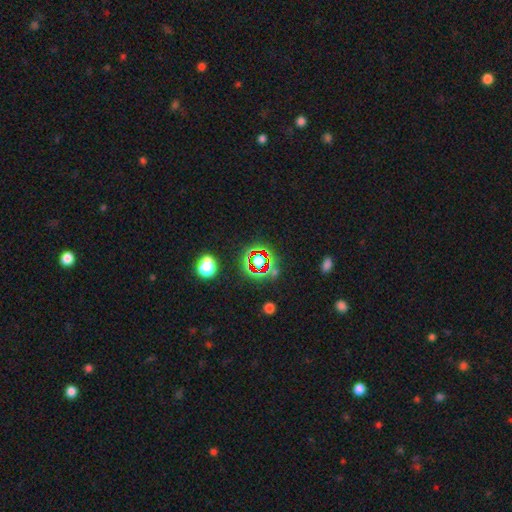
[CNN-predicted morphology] Smooth or featured? star or artifact (69%)